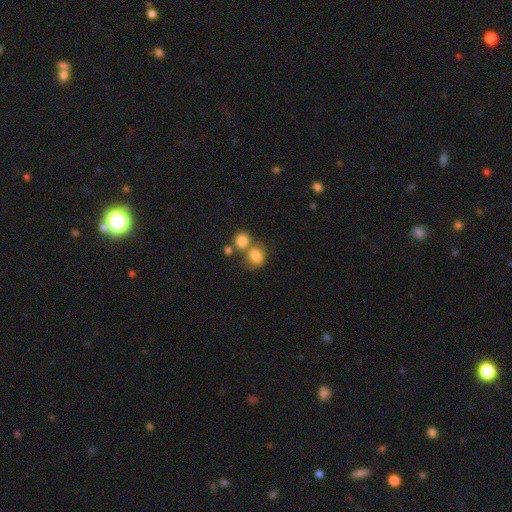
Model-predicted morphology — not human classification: type=smooth (80%); roundness=round (58%); merging=merger (41%, tied with none).